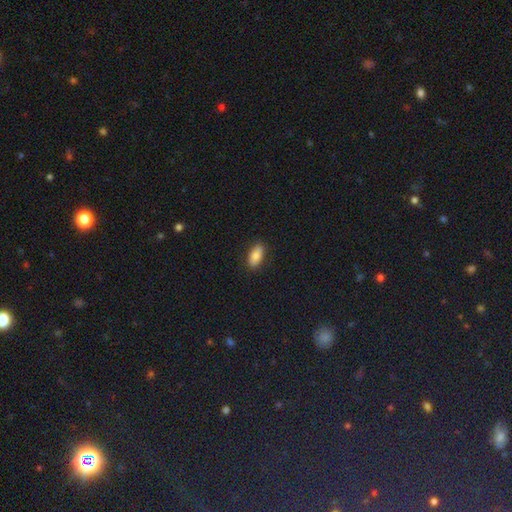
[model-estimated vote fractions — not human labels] smooth_or_featured: smooth (p=0.80) [alt: featured or disk p=0.13]
how_rounded: in between (p=0.89) [alt: cigar-shaped p=0.07]
merging: none (p=0.86) [alt: minor disturbance p=0.11]